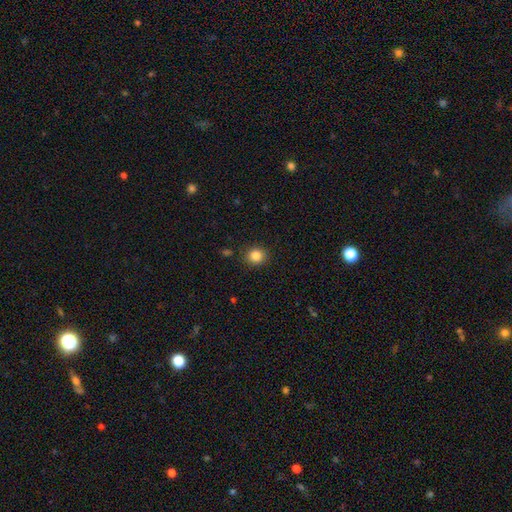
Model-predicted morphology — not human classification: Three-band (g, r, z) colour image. It shows a smooth galaxy with no disk features (85%) that is round (85%). Merging: none (89%).